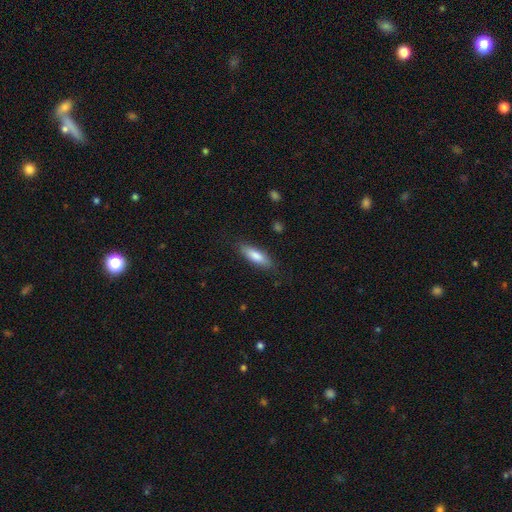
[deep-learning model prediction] Smooth or featured?
  - smooth: 80% *
  - featured or disk: 14%
  - star or artifact: 6%
How rounded?
  - in between: 50% *
  - cigar-shaped: 48%
  - round: 2%
Merging?
  - none: 83% *
  - minor disturbance: 13%
  - major disturbance: 3%
  - merger: 1%